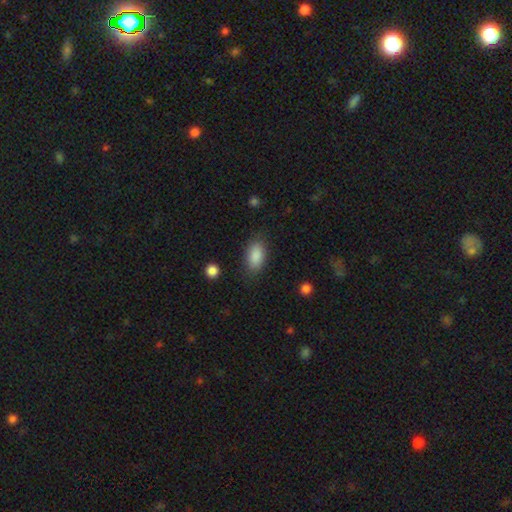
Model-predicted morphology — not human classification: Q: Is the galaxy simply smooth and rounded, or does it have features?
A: smooth — 88%.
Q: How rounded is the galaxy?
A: in between — 91%.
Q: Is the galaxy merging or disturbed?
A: none — 81%.